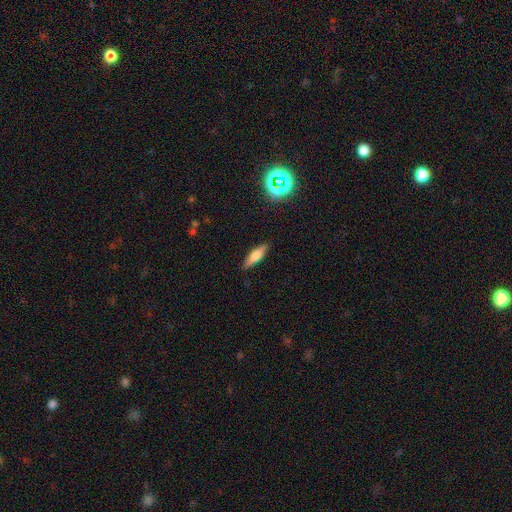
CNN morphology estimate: Smooth or featured?
  - smooth: 65% *
  - featured or disk: 26%
  - star or artifact: 9%
How rounded?
  - cigar-shaped: 57% *
  - in between: 41%
  - round: 2%
Merging?
  - none: 87% *
  - minor disturbance: 9%
  - major disturbance: 2%
  - merger: 1%